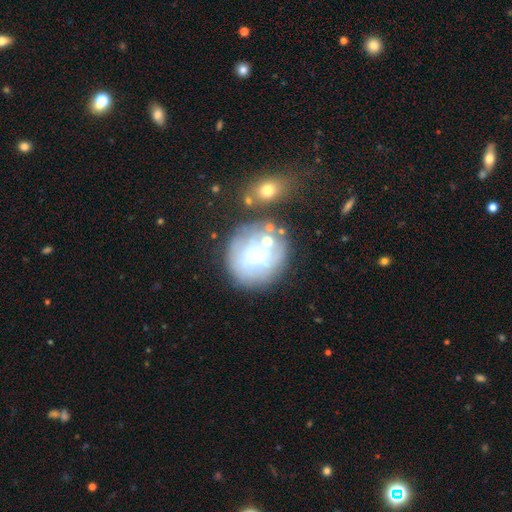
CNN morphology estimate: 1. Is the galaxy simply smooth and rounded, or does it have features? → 44% smooth, 43% featured or disk, 13% star or artifact.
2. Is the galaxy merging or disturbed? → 60% none, 18% minor disturbance, 12% merger, 10% major disturbance.